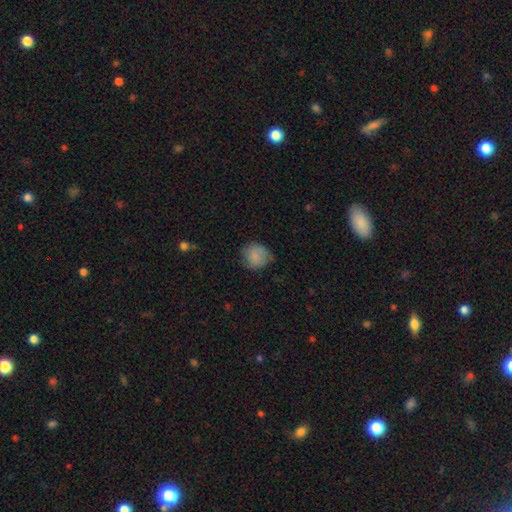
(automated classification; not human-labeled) The model was most divided on "merging": none: 70%, minor disturbance: 23%, major disturbance: 6%, merger: 1%. More confident: how rounded — round (82%); smooth or featured — smooth (82%).